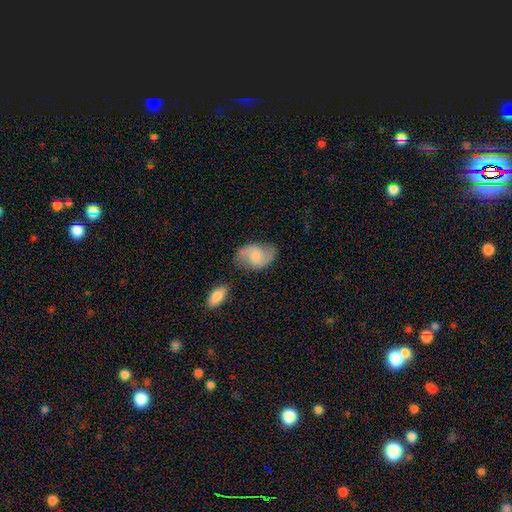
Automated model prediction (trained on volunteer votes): Morphology: type=featured or disk (63%); edge-on=no (97%); bar=no (52%); spiral arms=yes (92%); winding=medium (44%); arm count=2 (90%); bulge=none (32%); merging=none (68%).